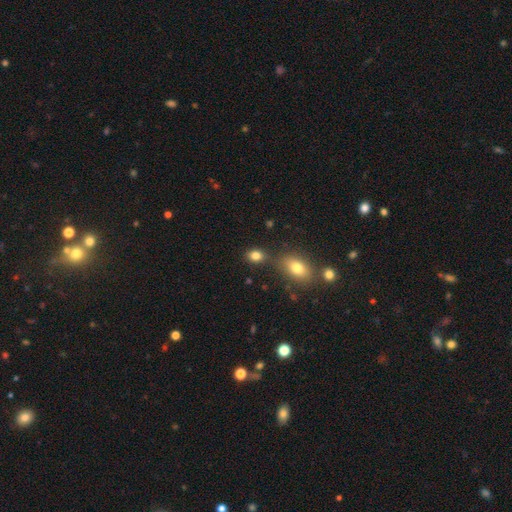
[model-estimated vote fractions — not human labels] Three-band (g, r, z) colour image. It shows a smooth galaxy with no disk features (82%) that is in between round and cigar-shaped (62%). Merging: none (69%).